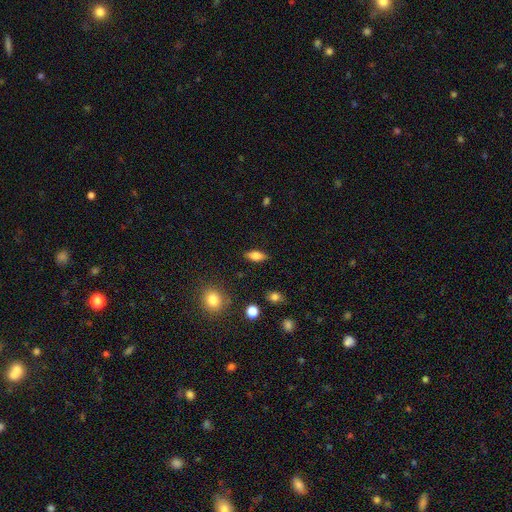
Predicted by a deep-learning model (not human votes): Q: Smooth or featured?
A: smooth (72%); runner-up: featured or disk (19%)
Q: How rounded?
A: in between (78%); runner-up: cigar-shaped (18%)
Q: Merging?
A: none (86%); runner-up: minor disturbance (10%)